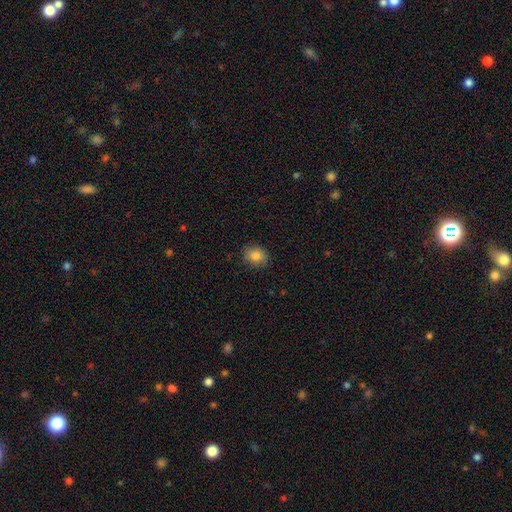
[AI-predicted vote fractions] Morphology: type=smooth (84%); roundness=round (54%); merging=none (87%).